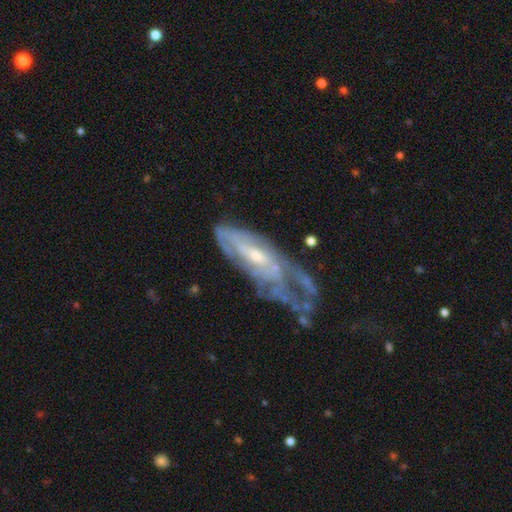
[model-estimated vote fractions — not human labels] A featured or disk galaxy (75%) with no bar (57%), spiral arms (70%) and a moderate central bulge (45%, tied with small). Merging: major disturbance (38%).